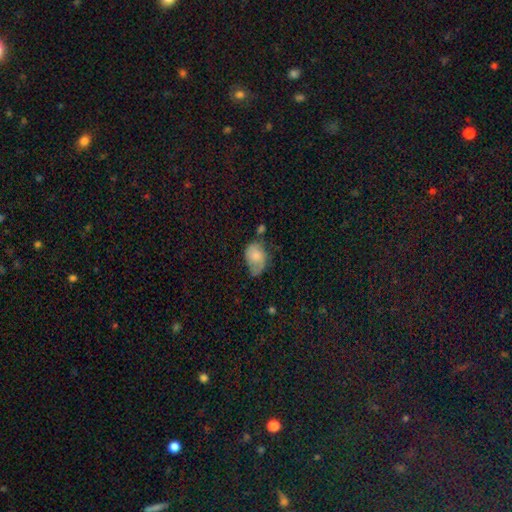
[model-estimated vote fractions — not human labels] smooth-or-featured: smooth: 60% | featured or disk: 32% | star or artifact: 8%
  how-rounded: in between: 78% | round: 21% | cigar-shaped: 1%
  merging: minor disturbance: 38% | none: 33% | major disturbance: 22% | merger: 6%